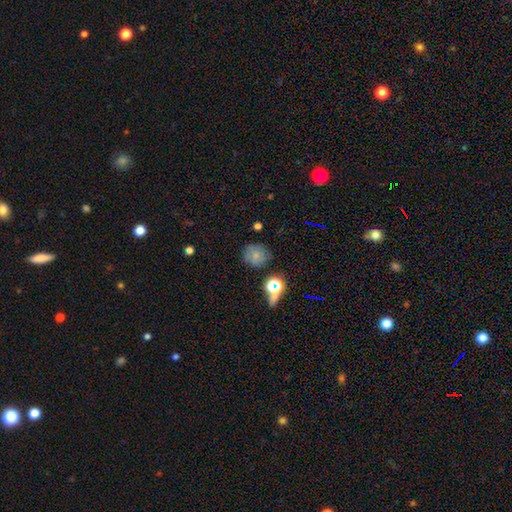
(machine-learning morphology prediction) smooth_or_featured: smooth (p=0.68) [alt: star or artifact p=0.17]
how_rounded: round (p=0.87) [alt: in between p=0.12]
merging: none (p=0.75) [alt: minor disturbance p=0.15]